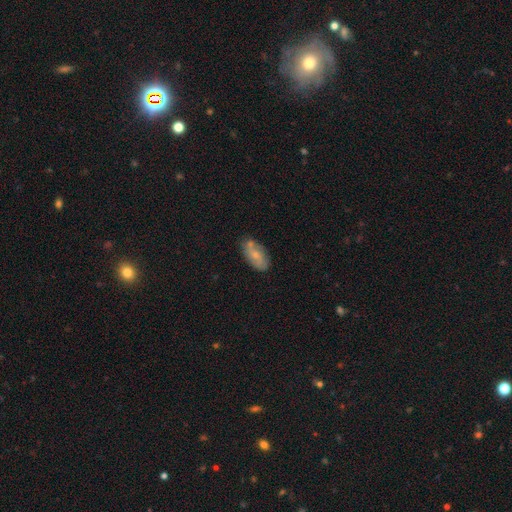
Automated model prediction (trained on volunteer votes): Smooth or featured?
  - smooth: 62% *
  - featured or disk: 32%
  - star or artifact: 6%
How rounded?
  - in between: 90% *
  - cigar-shaped: 6%
  - round: 4%
Merging?
  - none: 64% *
  - minor disturbance: 21%
  - merger: 10%
  - major disturbance: 4%